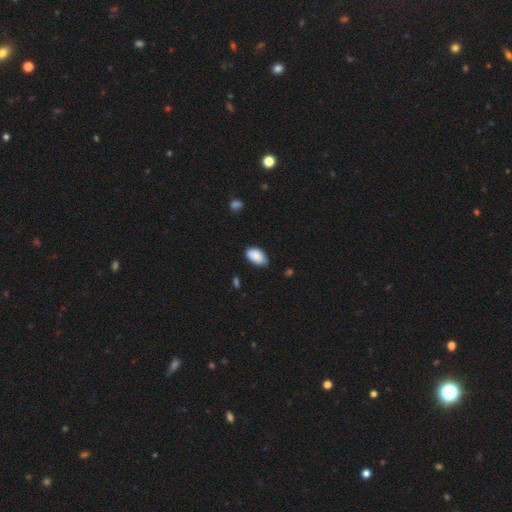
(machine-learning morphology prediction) A smooth galaxy with no disk features (87%) that is in between round and cigar-shaped (94%).

Vote fractions:
- Smooth or featured? smooth: 87% / star or artifact: 7% / featured or disk: 6%
- How rounded? in between: 94% / round: 5% / cigar-shaped: 1%
- Merging? none: 71% / minor disturbance: 25% / major disturbance: 3% / merger: 1%